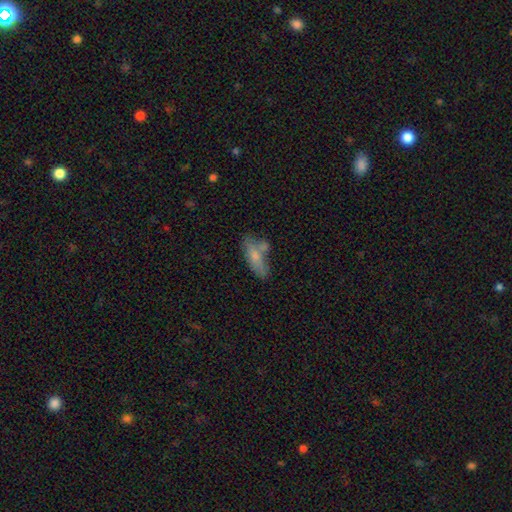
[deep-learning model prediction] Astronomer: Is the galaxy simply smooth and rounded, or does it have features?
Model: smooth — 68%.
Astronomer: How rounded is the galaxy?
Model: in between — 61% (runner-up: cigar-shaped, 36%).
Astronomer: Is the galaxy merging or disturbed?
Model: none — 45% (runner-up: merger, 25%).